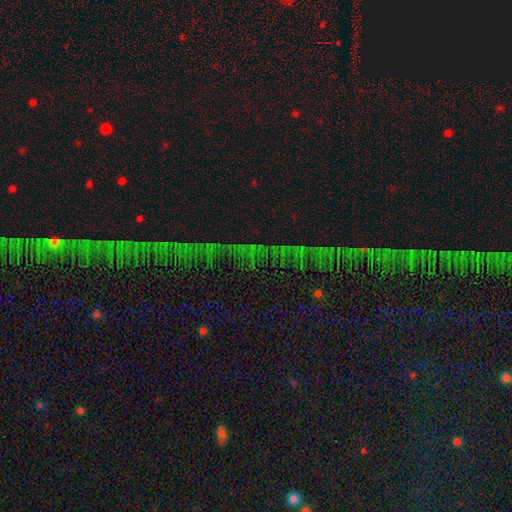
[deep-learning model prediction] Q: Smooth or featured?
A: star or artifact (86%); runner-up: featured or disk (8%)